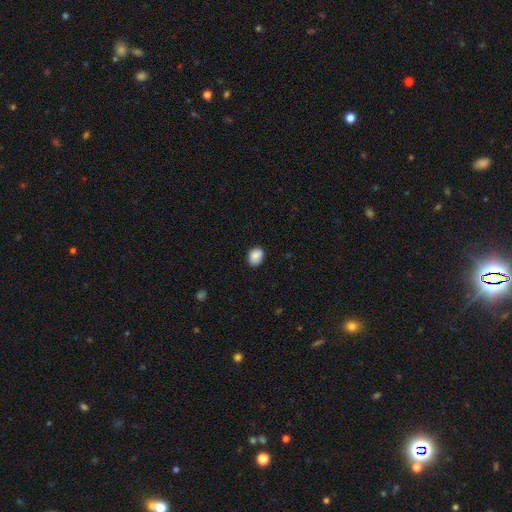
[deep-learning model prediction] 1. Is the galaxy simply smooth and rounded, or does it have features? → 87% smooth, 8% star or artifact, 4% featured or disk.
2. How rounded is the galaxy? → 54% in between, 45% round, 1% cigar-shaped.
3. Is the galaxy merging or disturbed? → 82% none, 15% minor disturbance, 3% major disturbance, 1% merger.